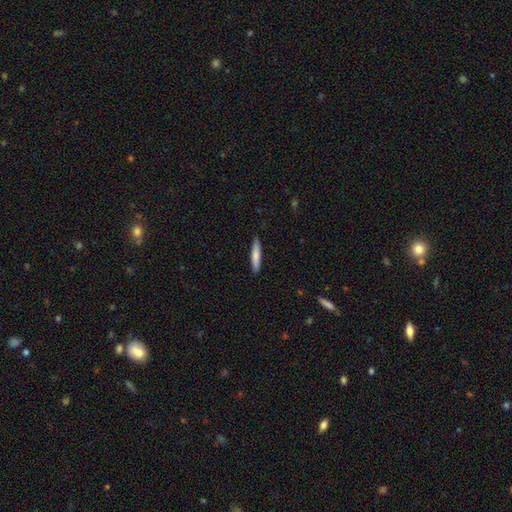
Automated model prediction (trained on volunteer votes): Smooth or featured?
  - smooth: 75% *
  - featured or disk: 19%
  - star or artifact: 5%
How rounded?
  - cigar-shaped: 89% *
  - in between: 9%
  - round: 1%
Merging?
  - none: 90% *
  - minor disturbance: 7%
  - major disturbance: 1%
  - merger: 1%